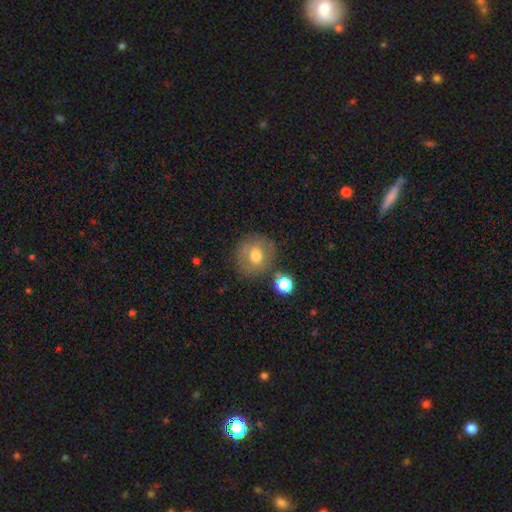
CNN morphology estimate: Smooth or featured: smooth — 65% (featured or disk — 25%)
How rounded: round — 84% (in between — 15%)
Merging: none — 74% (minor disturbance — 14%)